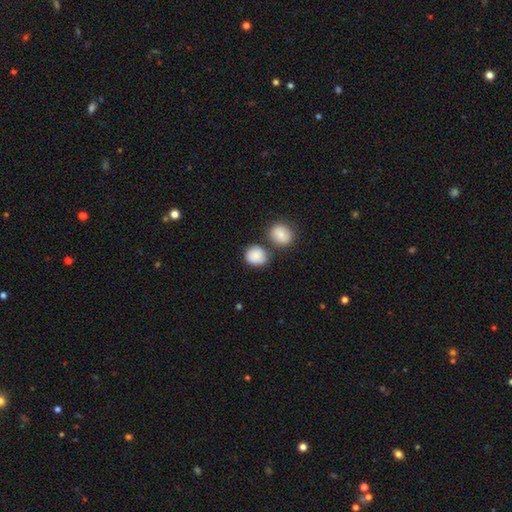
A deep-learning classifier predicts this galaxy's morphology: type=smooth (87%); roundness=round (75%); merging=none (63%).